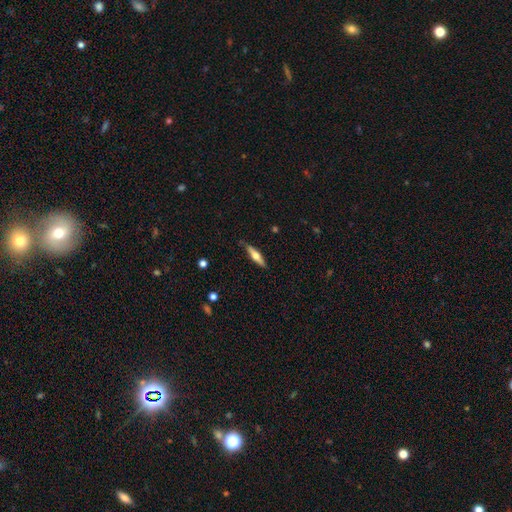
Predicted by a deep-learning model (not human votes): Q: Smooth or featured?
A: featured or disk (56%); runner-up: smooth (38%)
Q: Edge-on disk?
A: yes (95%); runner-up: no (5%)
Q: Edge-on bulge?
A: rounded (92%); runner-up: boxy (5%)
Q: Merging?
A: none (87%); runner-up: minor disturbance (10%)